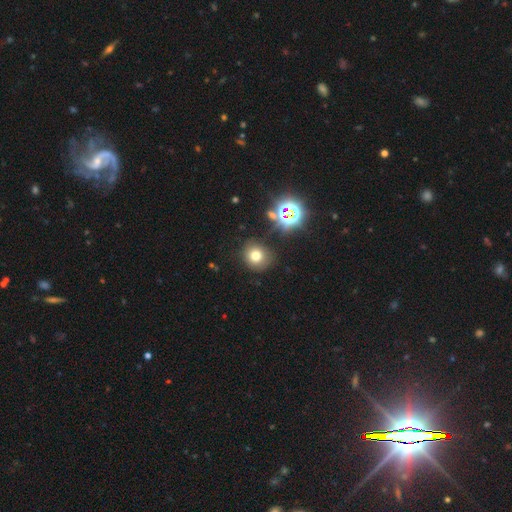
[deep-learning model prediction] Overall: smooth (69%). How rounded: round (85%). Merging: none (81%).